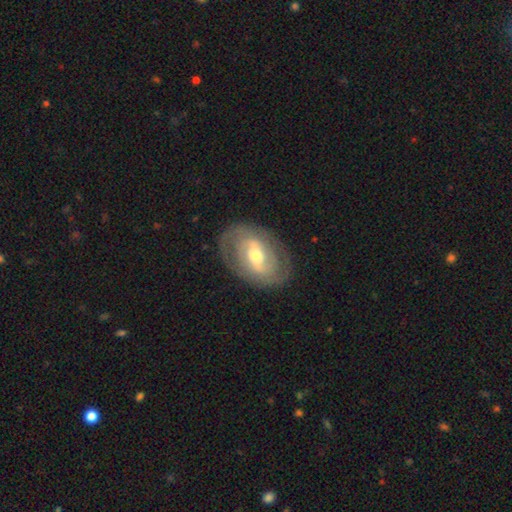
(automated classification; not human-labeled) smooth-or-featured: featured or disk: 75% | smooth: 20% | star or artifact: 5%
  disk-edge-on: no: 95% | yes: 5%
    bar: weak: 41% | strong: 35% | no: 24%
    has-spiral-arms: yes: 73% | no: 27%
      spiral-winding: tight: 53% | medium: 33% | loose: 13%
      spiral-arm-count: 2: 61% | can't tell: 26% | 3: 6% | 1: 3% | 4: 2% | more than 4: 2%
    bulge-size: moderate: 68% | small: 21% | large: 8% | dominant: 1% | none: 1%
  merging: none: 80% | minor disturbance: 13% | major disturbance: 6% | merger: 1%